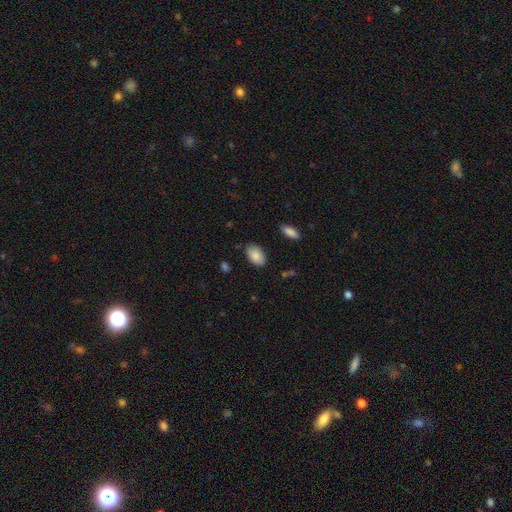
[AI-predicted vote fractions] smooth 87%, star or artifact 7%, featured or disk 6%. Down the decision tree: how rounded — in between (92%); merging — none (85%).